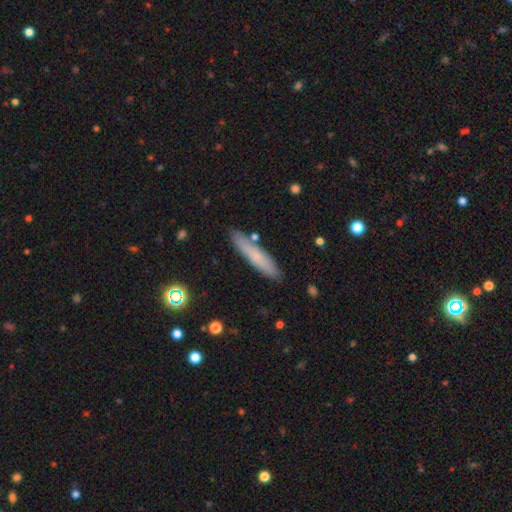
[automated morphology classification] Q: Smooth or featured?
A: smooth (71%); runner-up: featured or disk (22%)
Q: How rounded?
A: cigar-shaped (89%); runner-up: in between (9%)
Q: Merging?
A: none (84%); runner-up: minor disturbance (10%)